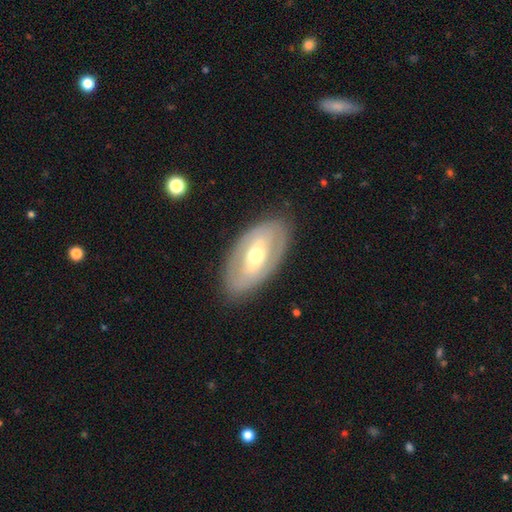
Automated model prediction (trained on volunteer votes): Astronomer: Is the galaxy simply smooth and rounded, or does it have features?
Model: featured or disk — 65%.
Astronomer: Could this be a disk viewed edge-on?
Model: no — 89%.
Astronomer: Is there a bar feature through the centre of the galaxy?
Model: no — 40% (runner-up: weak, 32%).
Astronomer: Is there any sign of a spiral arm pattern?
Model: no — 61% (runner-up: yes, 39%).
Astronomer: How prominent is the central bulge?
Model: moderate — 66%.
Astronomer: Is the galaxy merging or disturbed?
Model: none — 83%.